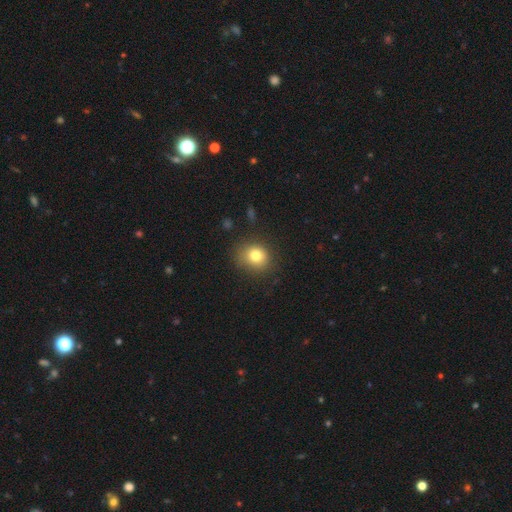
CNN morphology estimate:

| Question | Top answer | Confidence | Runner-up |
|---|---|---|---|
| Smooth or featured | smooth | 78% | star or artifact (12%) |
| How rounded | round | 71% | in between (28%) |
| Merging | none | 79% | minor disturbance (15%) |